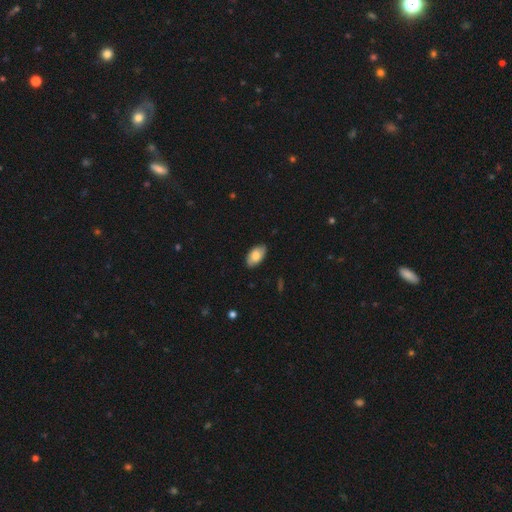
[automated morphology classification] Q: Smooth or featured?
A: smooth (81%); runner-up: featured or disk (13%)
Q: How rounded?
A: in between (95%); runner-up: round (3%)
Q: Merging?
A: none (84%); runner-up: minor disturbance (13%)